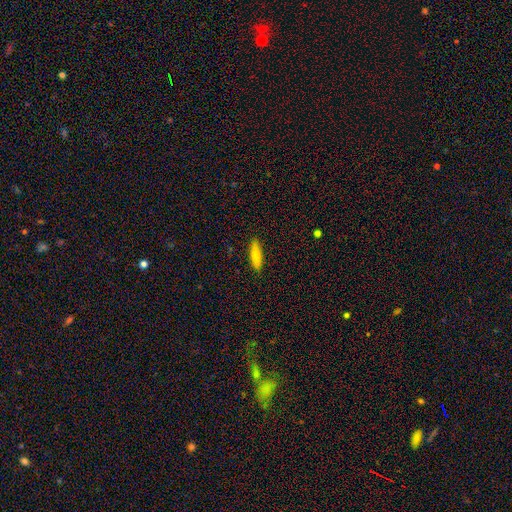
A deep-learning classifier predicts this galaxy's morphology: Smooth or featured: smooth — 76% (featured or disk — 18%)
How rounded: cigar-shaped — 73% (in between — 25%)
Merging: none — 90% (minor disturbance — 7%)